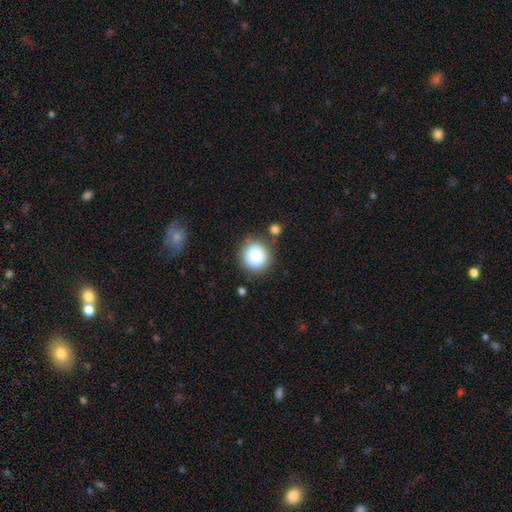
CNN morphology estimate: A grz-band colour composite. It shows a smooth galaxy with no disk features (85%) that is round (92%). Merging: none (79%).